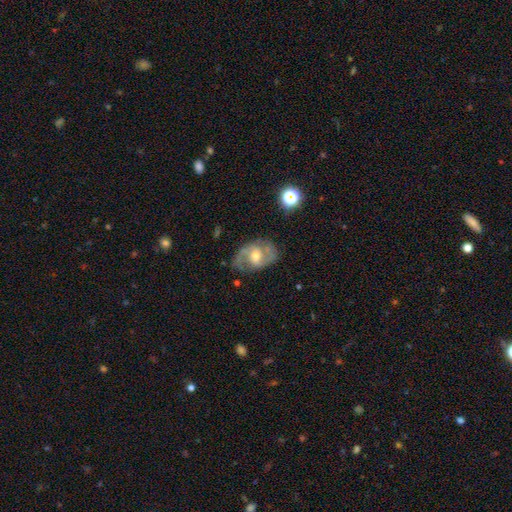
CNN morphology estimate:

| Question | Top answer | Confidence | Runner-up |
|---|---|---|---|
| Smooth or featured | featured or disk | 79% | smooth (15%) |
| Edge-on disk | no | 96% | yes (4%) |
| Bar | weak | 45% | no (43%) |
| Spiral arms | yes | 90% | no (10%) |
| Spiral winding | medium | 53% | loose (27%) |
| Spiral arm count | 2 | 84% | can't tell (8%) |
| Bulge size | moderate | 61% | small (32%) |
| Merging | none | 69% | minor disturbance (19%) |